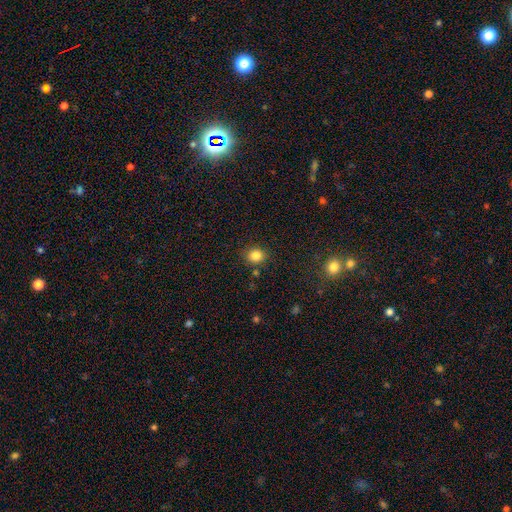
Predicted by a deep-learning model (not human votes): Smooth or featured? smooth (84%)
How rounded? round (80%)
Merging? none (84%)